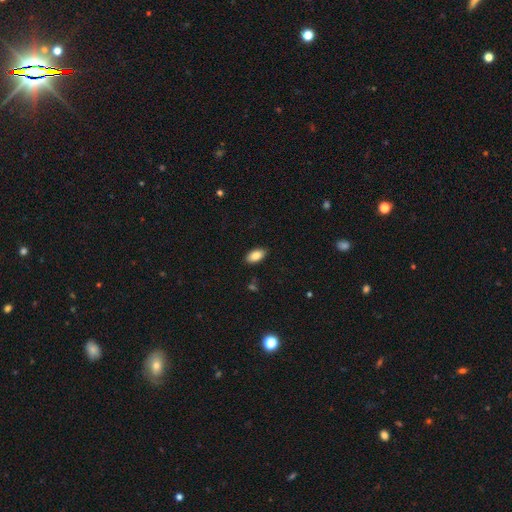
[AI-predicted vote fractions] Q: Smooth or featured?
A: smooth (86%); runner-up: star or artifact (7%)
Q: How rounded?
A: in between (94%); runner-up: round (4%)
Q: Merging?
A: none (88%); runner-up: minor disturbance (9%)